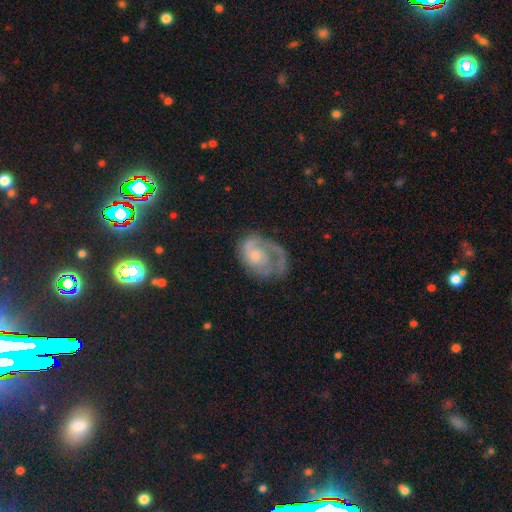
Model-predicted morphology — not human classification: Smooth or featured? featured or disk (66%)
Edge-on disk? no (97%)
Bar? no (77%)
Spiral arms? yes (78%)
Spiral winding? tight (38%)
Spiral arm count? 1 (60%)
Bulge size? moderate (36%)
Merging? none (42%)